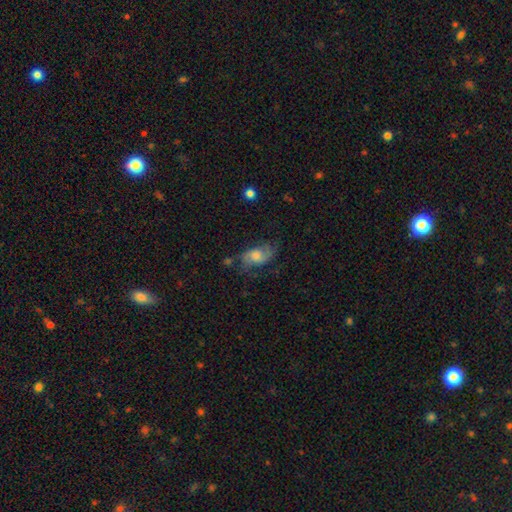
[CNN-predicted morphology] Overall: featured or disk (56%; smooth 35%). Edge-on disk: no (95%). Bar: no (67%; weak 29%). Spiral arms: yes (86%). Bulge size: moderate (41%; large 28%). Merging: none (53%; minor disturbance 25%).